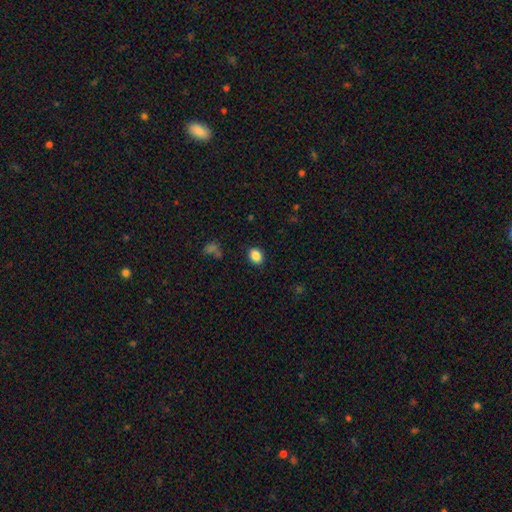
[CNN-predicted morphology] Smooth or featured: smooth — 87% (star or artifact — 9%)
How rounded: in between — 67% (round — 32%)
Merging: none — 88% (minor disturbance — 9%)